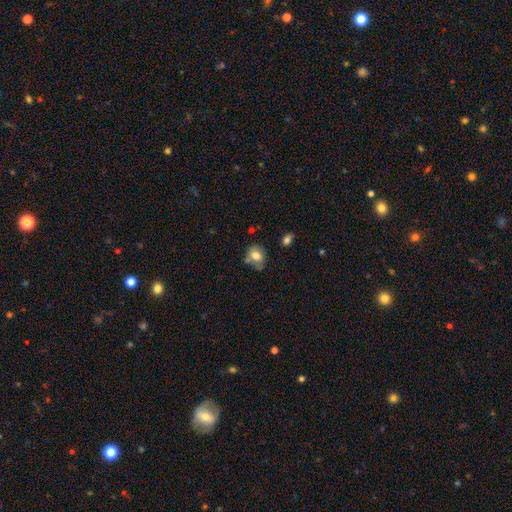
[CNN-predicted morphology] type=smooth (75%); roundness=round (56%); merging=none (56%).